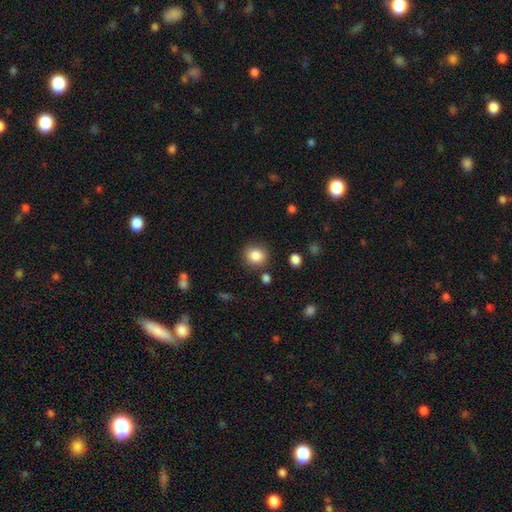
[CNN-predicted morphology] smooth 85%, star or artifact 9%, featured or disk 5%. Down the decision tree: how rounded — round (83%); merging — none (84%).